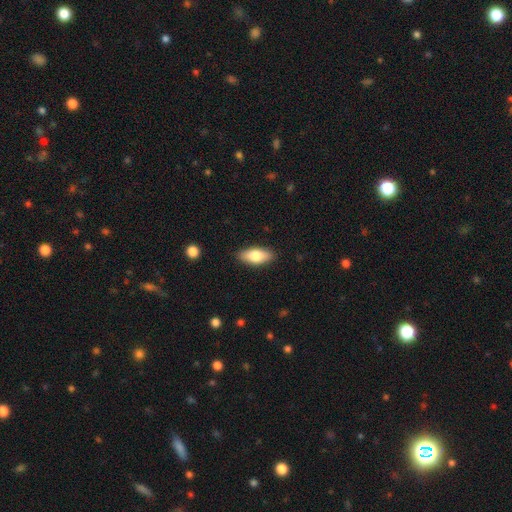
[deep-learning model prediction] A smooth galaxy with no disk features (76%) that is in between round and cigar-shaped (83%). Merging: none (88%).